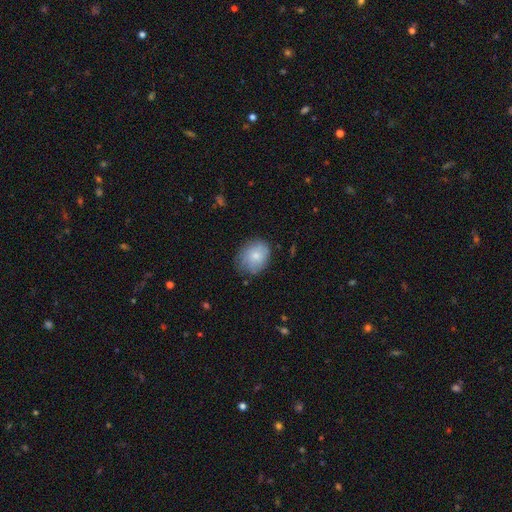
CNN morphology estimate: The model was most divided on "how rounded": round: 57%, in between: 42%, cigar-shaped: 1%. More confident: smooth or featured — smooth (76%); merging — none (69%).